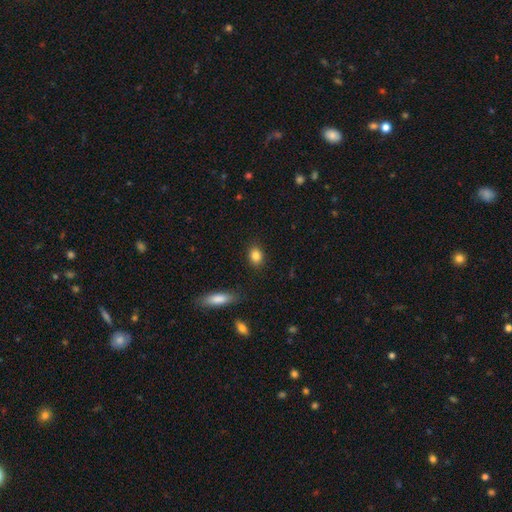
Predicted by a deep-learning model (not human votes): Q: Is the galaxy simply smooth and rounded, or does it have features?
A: smooth — 85%.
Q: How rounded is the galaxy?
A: in between — 62%.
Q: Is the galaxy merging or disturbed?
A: none — 88%.